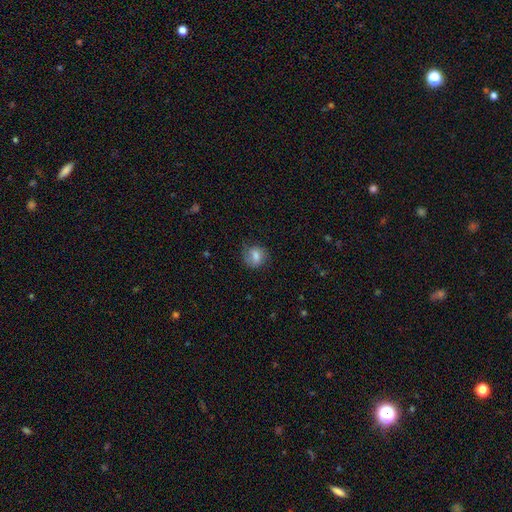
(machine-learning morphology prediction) smooth-or-featured: smooth: 72% | featured or disk: 19% | star or artifact: 9%
  how-rounded: round: 60% | in between: 39% | cigar-shaped: 2%
  merging: none: 66% | minor disturbance: 23% | major disturbance: 9% | merger: 1%